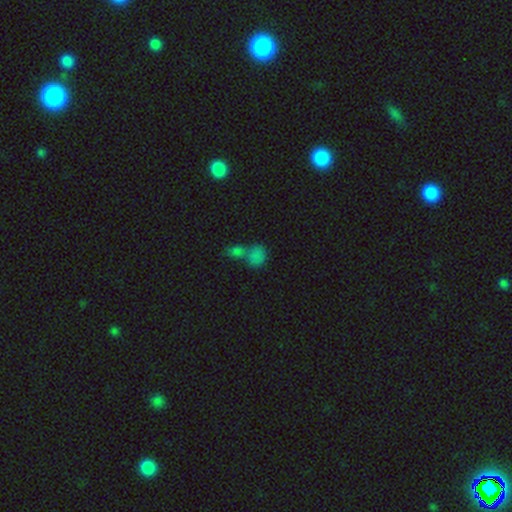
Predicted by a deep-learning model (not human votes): smooth_or_featured: smooth (p=0.71) [alt: star or artifact p=0.20]
how_rounded: in between (p=0.49) [alt: round p=0.48]
merging: merger (p=0.62) [alt: none p=0.24]